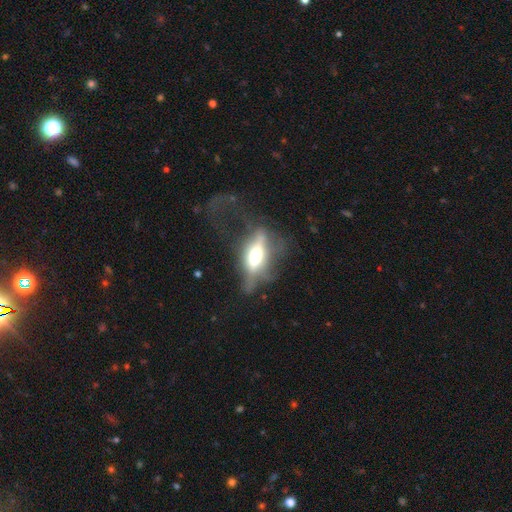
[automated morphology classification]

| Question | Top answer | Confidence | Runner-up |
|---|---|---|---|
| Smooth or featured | featured or disk | 54% | smooth (36%) |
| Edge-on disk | yes | 57% | no (43%) |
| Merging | major disturbance | 43% | none (31%) |